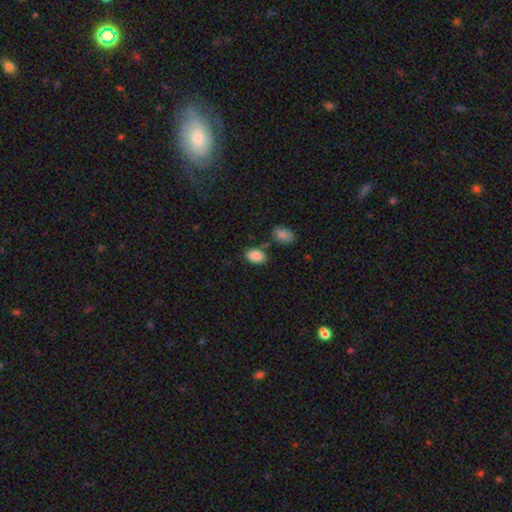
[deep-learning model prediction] This is clearly a smooth galaxy (88%). How rounded: clearly in between (89%). Merging: likely none (69%).